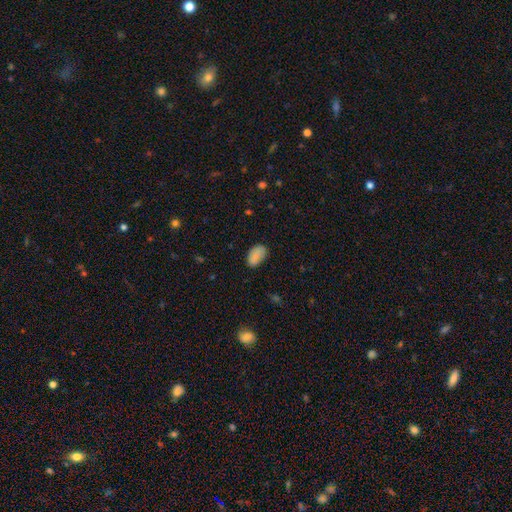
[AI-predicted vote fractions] Smooth or featured: smooth — 83% (featured or disk — 9%)
How rounded: in between — 93% (round — 5%)
Merging: none — 77% (minor disturbance — 17%)